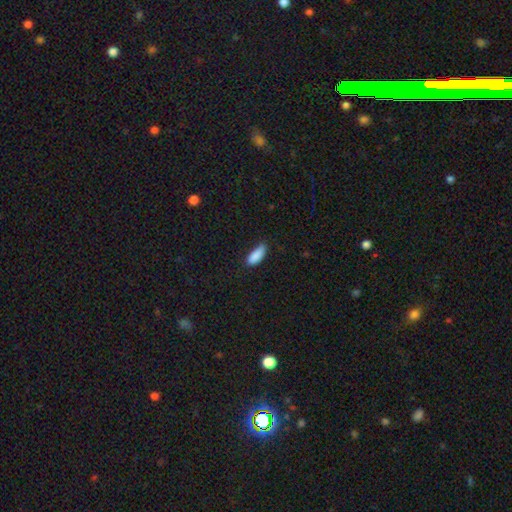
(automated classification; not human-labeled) Smooth or featured?
  - smooth: 89% *
  - star or artifact: 7%
  - featured or disk: 4%
How rounded?
  - in between: 75% *
  - cigar-shaped: 23%
  - round: 2%
Merging?
  - none: 68% *
  - minor disturbance: 27%
  - major disturbance: 4%
  - merger: 2%